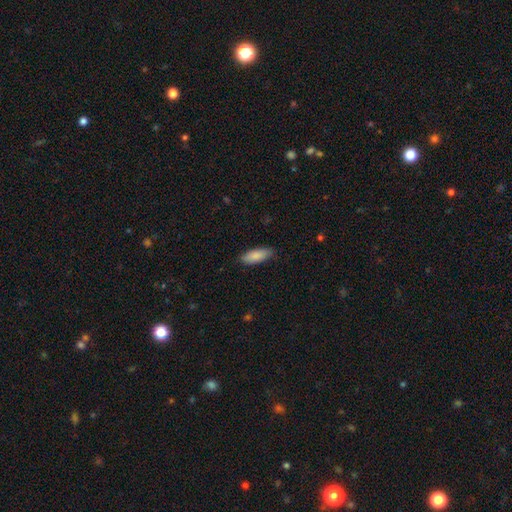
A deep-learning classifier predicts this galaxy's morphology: This appears to be a smooth galaxy with no disk features (86%) that is in between round and cigar-shaped (74%). Merging: none (85%).